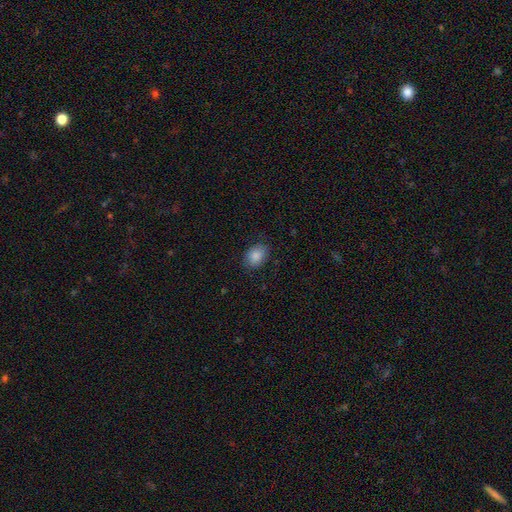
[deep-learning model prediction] Q: Smooth or featured?
A: smooth (87%); runner-up: star or artifact (8%)
Q: How rounded?
A: in between (70%); runner-up: round (29%)
Q: Merging?
A: none (81%); runner-up: minor disturbance (14%)